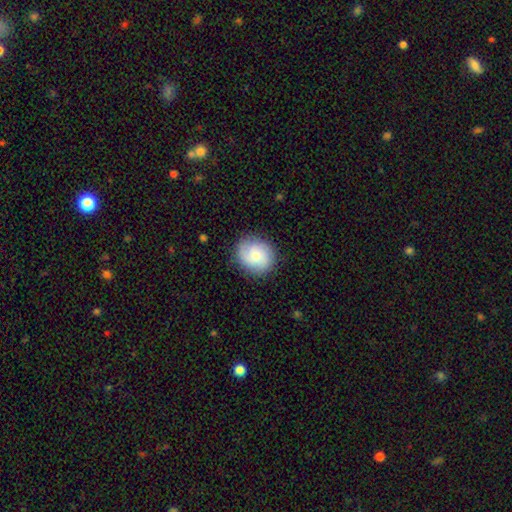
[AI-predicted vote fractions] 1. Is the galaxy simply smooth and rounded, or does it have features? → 47% featured or disk, 46% smooth, 7% star or artifact.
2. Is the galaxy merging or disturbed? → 83% none, 12% minor disturbance, 4% major disturbance, 1% merger.